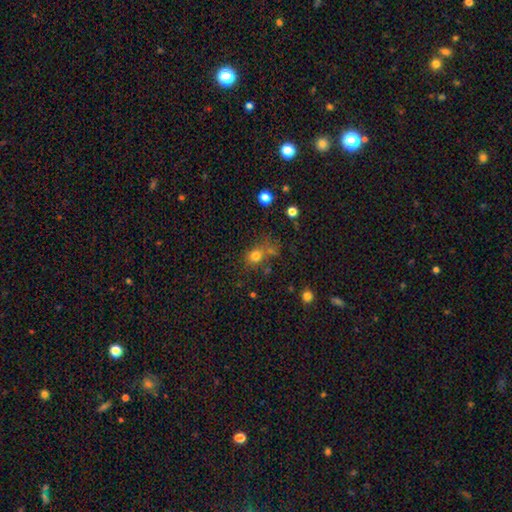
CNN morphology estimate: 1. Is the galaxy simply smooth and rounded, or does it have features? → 76% smooth, 16% star or artifact, 8% featured or disk.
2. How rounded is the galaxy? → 69% round, 30% in between, 1% cigar-shaped.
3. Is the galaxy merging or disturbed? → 60% none, 17% minor disturbance, 16% merger, 8% major disturbance.